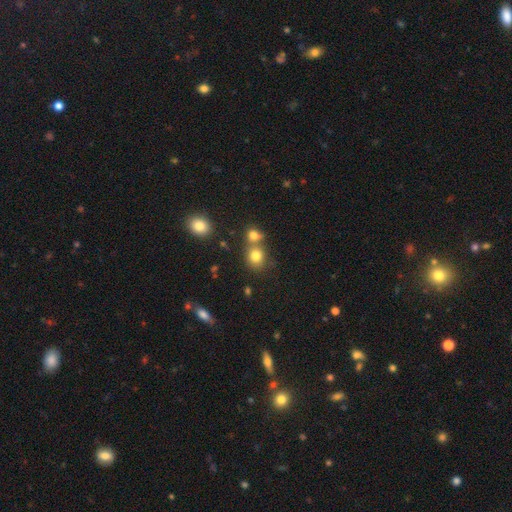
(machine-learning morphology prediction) A smooth galaxy with no disk features (79%) that is round (75%). Merging: none (52%).